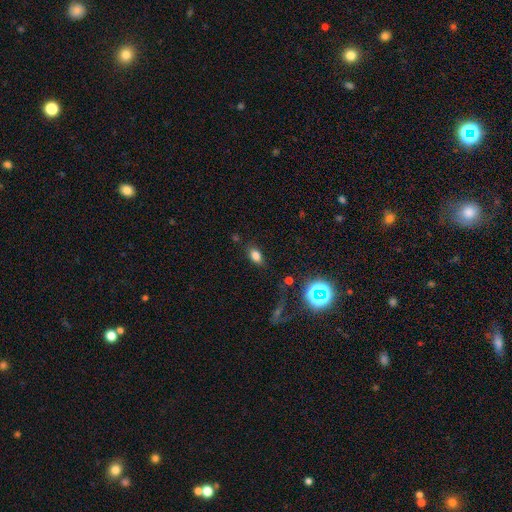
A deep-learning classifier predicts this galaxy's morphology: This is likely a smooth galaxy (75%). How rounded: clearly in between (85%). Merging: clearly none (82%).